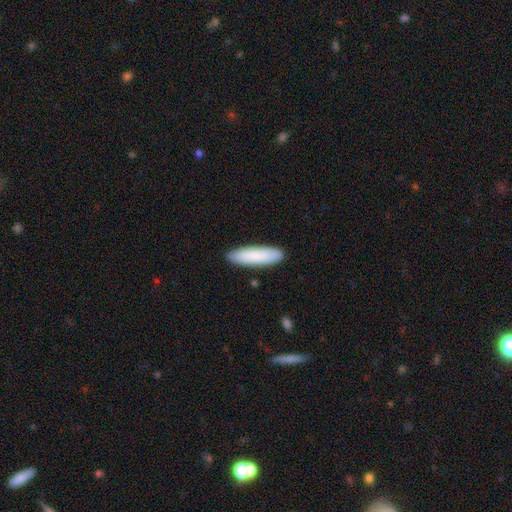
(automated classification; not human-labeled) Overall: smooth (83%). How rounded: cigar-shaped (66%; in between 33%). Merging: none (88%).